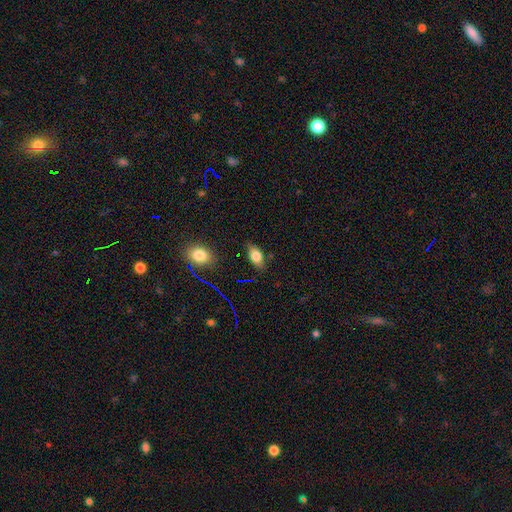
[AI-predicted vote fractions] Smooth or featured? smooth (77%)
How rounded? in between (87%)
Merging? none (77%)